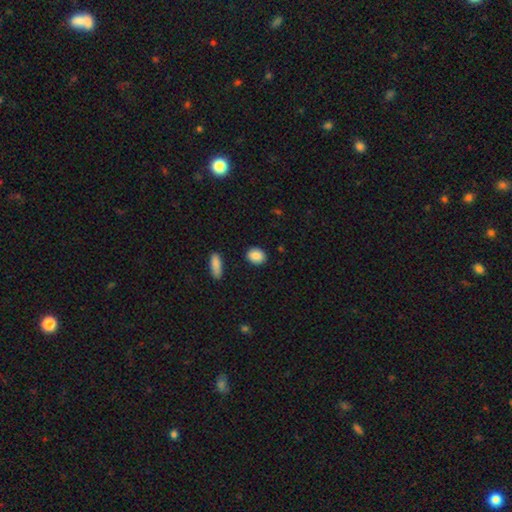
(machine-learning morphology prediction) Smooth or featured: smooth — 88% (star or artifact — 7%)
How rounded: round — 56% (in between — 43%)
Merging: none — 89% (minor disturbance — 7%)